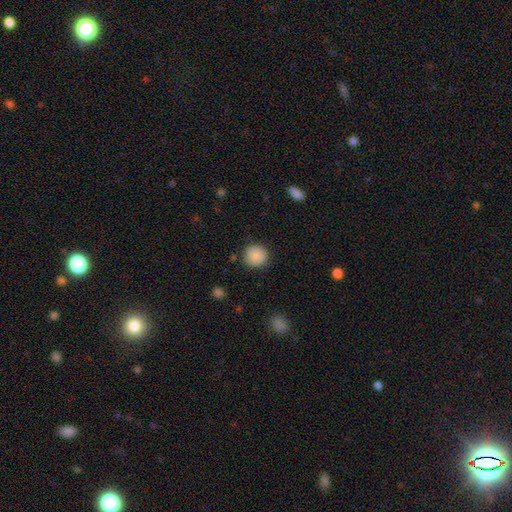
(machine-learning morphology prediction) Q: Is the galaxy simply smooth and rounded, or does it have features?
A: smooth — 87%.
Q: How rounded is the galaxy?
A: round — 91%.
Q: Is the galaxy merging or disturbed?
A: none — 86%.